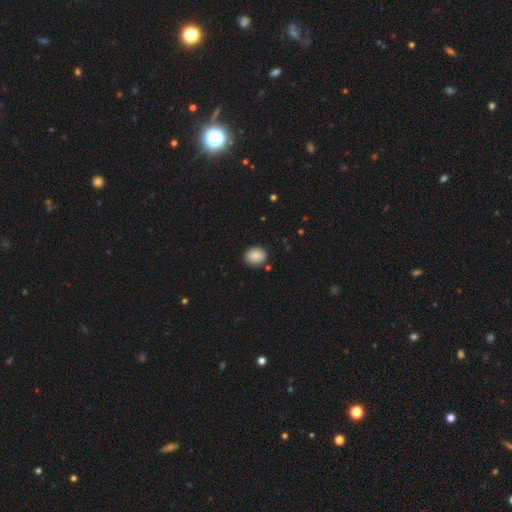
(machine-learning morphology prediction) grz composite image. It shows a smooth galaxy with no disk features (86%) that is round (58%). Merging: none (86%).